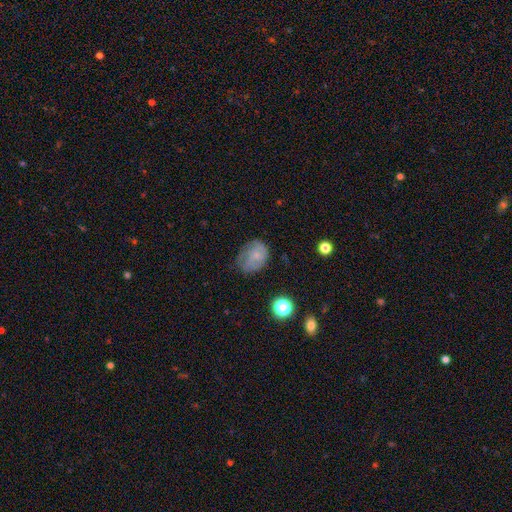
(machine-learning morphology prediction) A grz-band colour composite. It shows a smooth galaxy with no disk features (57%) that is in between round and cigar-shaped (57%). Merging: none (50%).